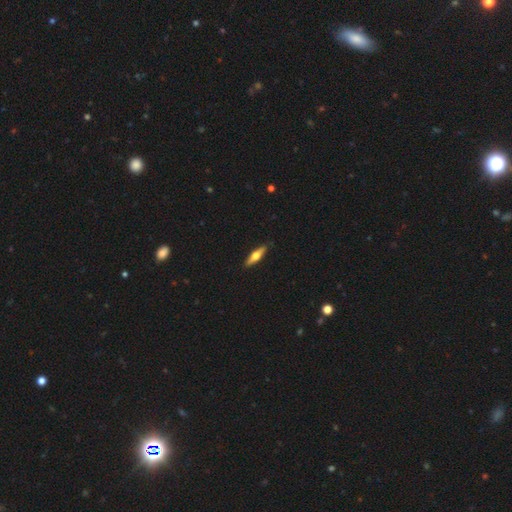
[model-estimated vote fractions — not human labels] Q: Smooth or featured?
A: featured or disk (50%); runner-up: smooth (45%)
Q: Merging?
A: none (90%); runner-up: minor disturbance (7%)